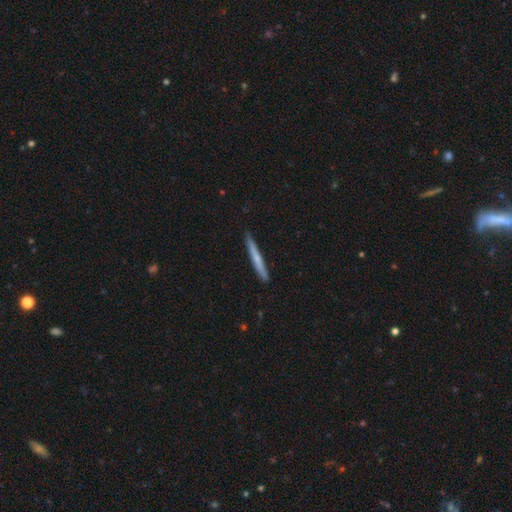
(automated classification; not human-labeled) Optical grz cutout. It shows a smooth galaxy with no disk features (52%) that is cigar-shaped (97%). Merging: none (90%).